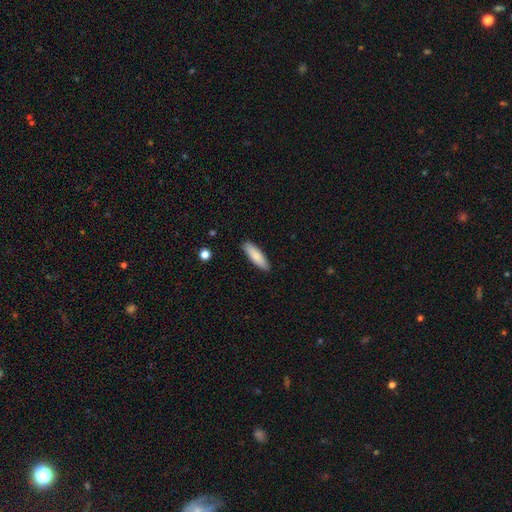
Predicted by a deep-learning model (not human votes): Smooth or featured: smooth — 85% (featured or disk — 9%)
How rounded: cigar-shaped — 57% (in between — 41%)
Merging: none — 88% (minor disturbance — 9%)